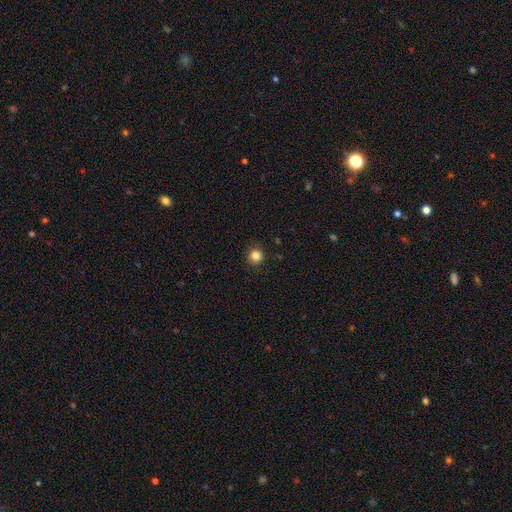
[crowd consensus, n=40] smooth_or_featured: smooth (p=0.88) [alt: featured or disk p=0.07]
how_rounded: round (p=0.97) [alt: in between p=0.03]
merging: none (p=0.97) [alt: minor disturbance p=0.03]